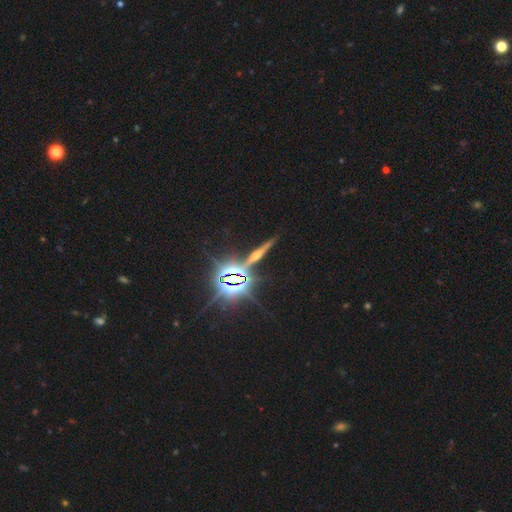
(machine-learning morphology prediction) type=featured or disk (43%); merging=none (83%).